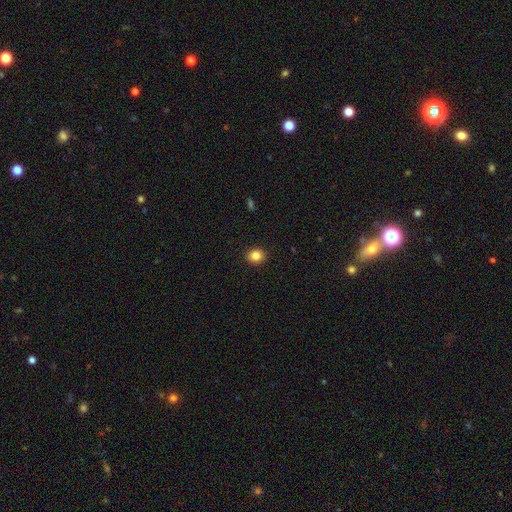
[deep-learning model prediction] smooth 84%, star or artifact 11%, featured or disk 5%. Down the decision tree: how rounded — round (79%); merging — none (92%).